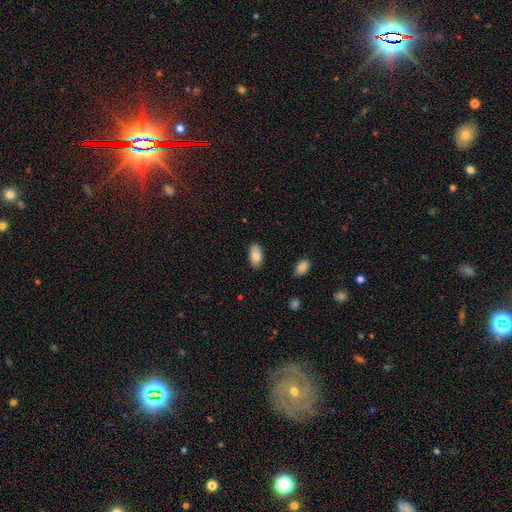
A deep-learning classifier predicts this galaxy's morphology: Overall: smooth (83%). How rounded: in between (94%). Merging: none (84%).